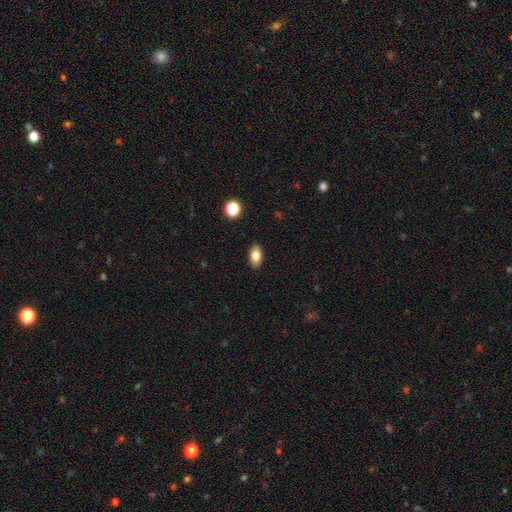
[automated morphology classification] smooth_or_featured: smooth (p=0.81) [alt: featured or disk p=0.10]
how_rounded: in between (p=0.90) [alt: round p=0.06]
merging: none (p=0.87) [alt: minor disturbance p=0.10]